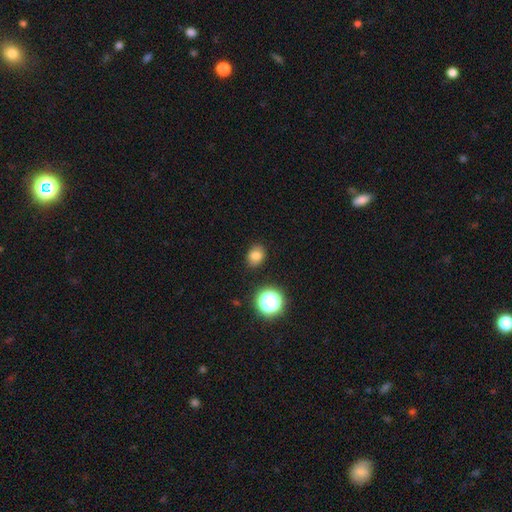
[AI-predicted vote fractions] Smooth or featured? smooth (79%)
How rounded? in between (56%)
Merging? none (87%)